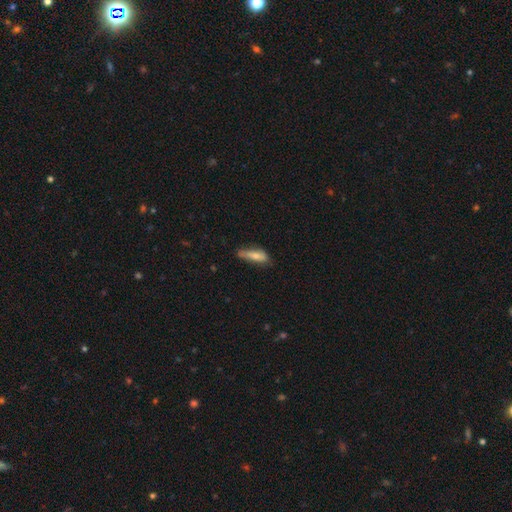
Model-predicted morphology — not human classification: A smooth galaxy with no disk features (70%) that is cigar-shaped (53%).

Vote fractions:
- Smooth or featured? smooth: 70% / featured or disk: 23% / star or artifact: 7%
- How rounded? cigar-shaped: 53% / in between: 45% / round: 2%
- Merging? none: 53% / minor disturbance: 34% / major disturbance: 9% / merger: 4%